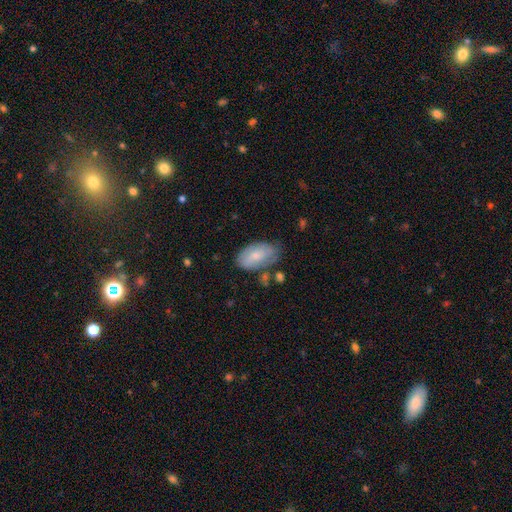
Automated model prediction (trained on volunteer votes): Smooth or featured? Predicted: smooth (p=0.60). How rounded? Predicted: in between (p=0.93). Merging? Predicted: none (p=0.62).